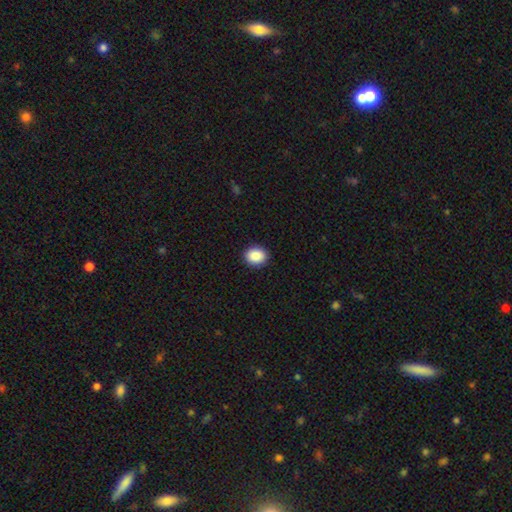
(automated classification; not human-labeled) This is clearly a smooth galaxy (88%). How rounded: likely round (63%). Merging: clearly none (92%).